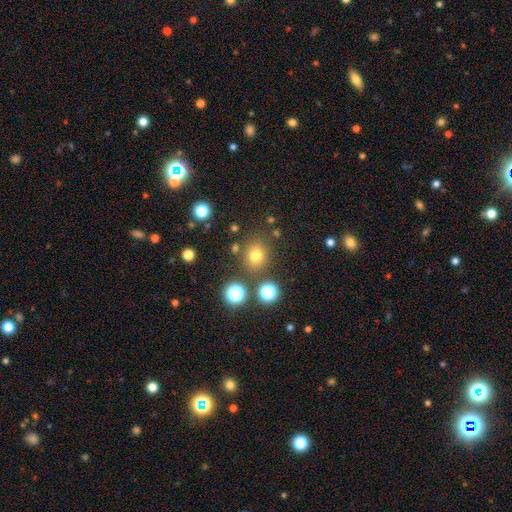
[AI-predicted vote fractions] smooth-or-featured: smooth: 72% | star or artifact: 20% | featured or disk: 8%
  how-rounded: round: 76% | in between: 23% | cigar-shaped: 1%
  merging: none: 80% | minor disturbance: 10% | merger: 6% | major disturbance: 4%